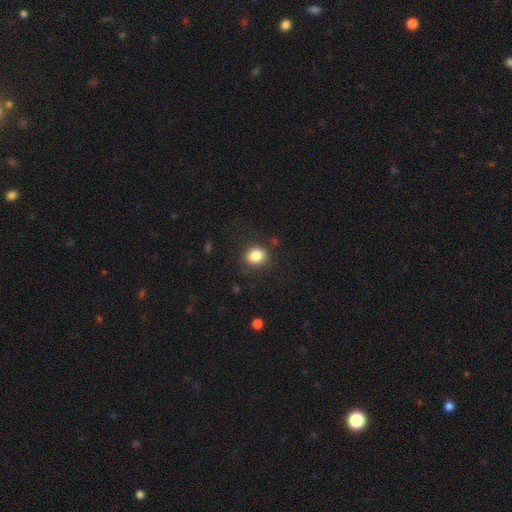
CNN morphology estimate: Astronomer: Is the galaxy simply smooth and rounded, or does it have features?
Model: smooth — 84%.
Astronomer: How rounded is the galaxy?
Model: round — 70%.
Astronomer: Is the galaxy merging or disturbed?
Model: none — 83%.